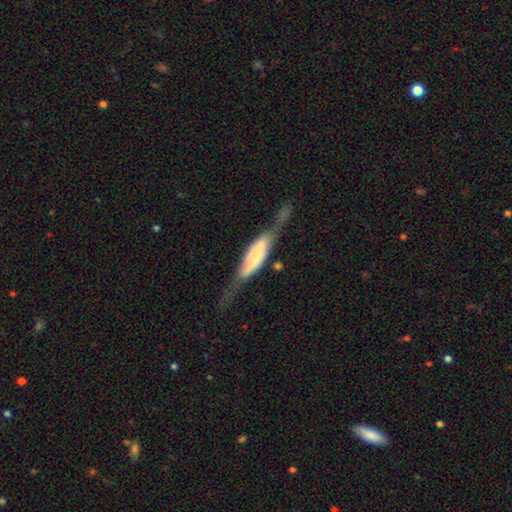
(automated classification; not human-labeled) This is likely a featured or disk galaxy (65%). It is clearly viewed edge-on (82%). Edge-on bulge: possibly boxy (54%). Merging: possibly none (51%).